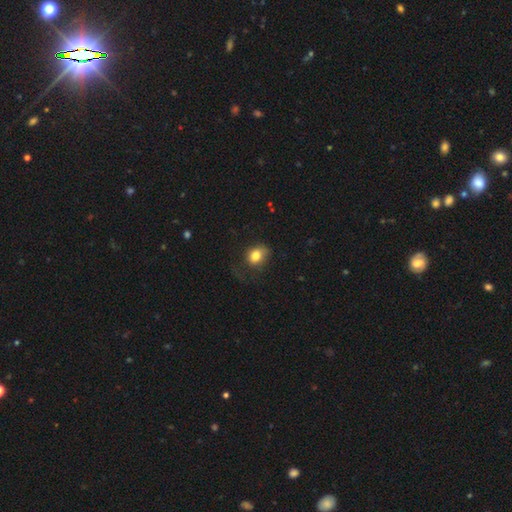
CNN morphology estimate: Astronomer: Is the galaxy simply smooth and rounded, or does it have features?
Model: smooth — 80%.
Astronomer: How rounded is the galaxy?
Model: round — 52% (runner-up: in between, 47%).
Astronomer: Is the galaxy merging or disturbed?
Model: none — 57%.